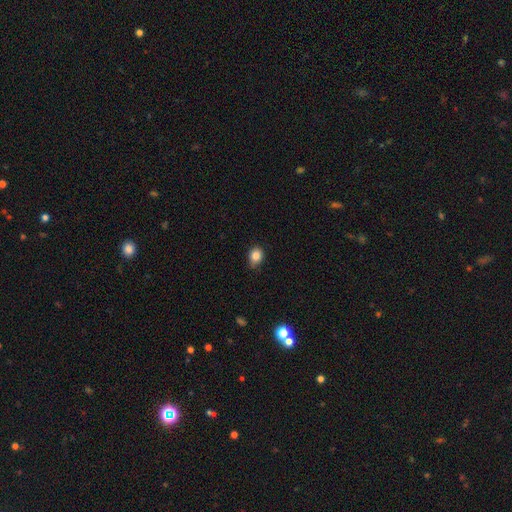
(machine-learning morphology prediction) type=smooth (84%); roundness=round (57%); merging=none (75%).